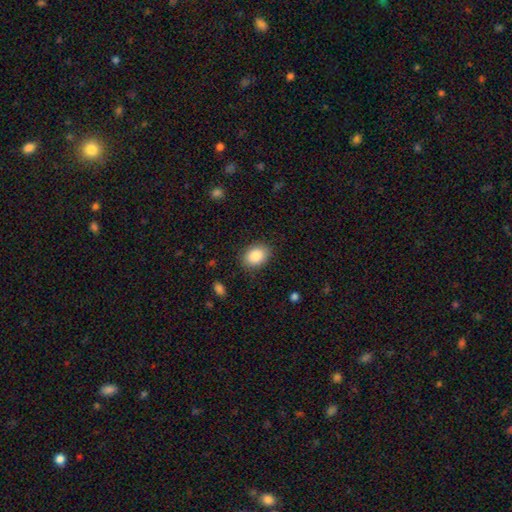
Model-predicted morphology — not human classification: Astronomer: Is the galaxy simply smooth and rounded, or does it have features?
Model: smooth — 87%.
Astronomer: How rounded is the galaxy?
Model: in between — 70%.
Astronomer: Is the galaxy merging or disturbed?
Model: none — 86%.